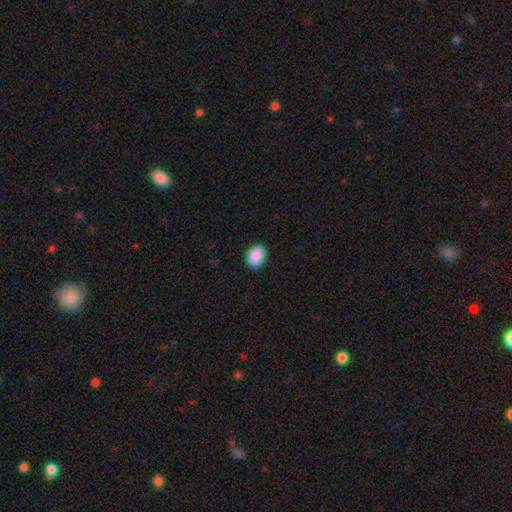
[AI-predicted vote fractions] Smooth or featured? Predicted: smooth (p=0.91). How rounded? Predicted: in between (p=0.77). Merging? Predicted: none (p=0.88).